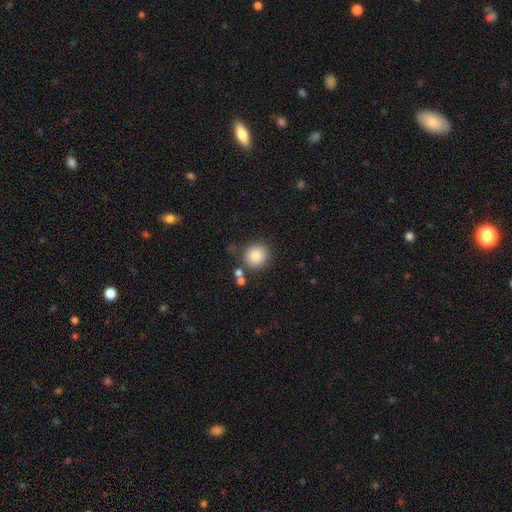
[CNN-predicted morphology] The model was most divided on "merging": none: 80%, minor disturbance: 10%, merger: 7%, major disturbance: 3%. More confident: how rounded — round (89%); smooth or featured — smooth (84%).